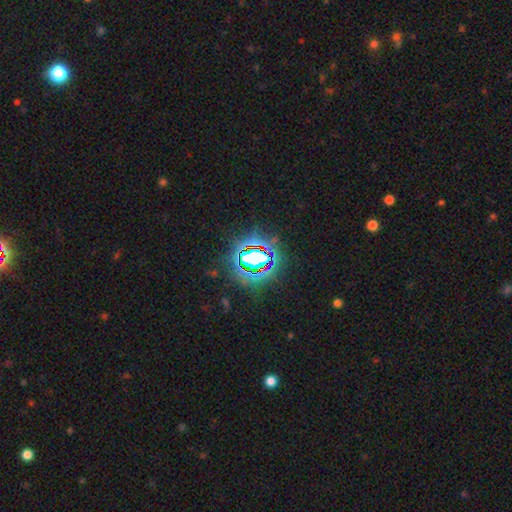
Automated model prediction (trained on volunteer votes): A star or artifact, not a galaxy (75%).